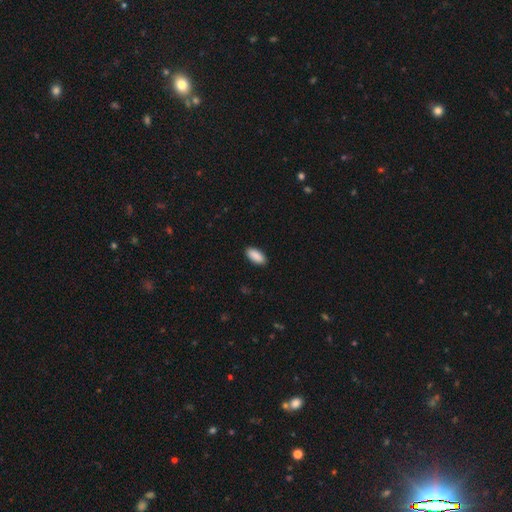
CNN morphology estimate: Q: Smooth or featured?
A: smooth (91%); runner-up: star or artifact (6%)
Q: How rounded?
A: in between (91%); runner-up: cigar-shaped (7%)
Q: Merging?
A: none (90%); runner-up: minor disturbance (8%)